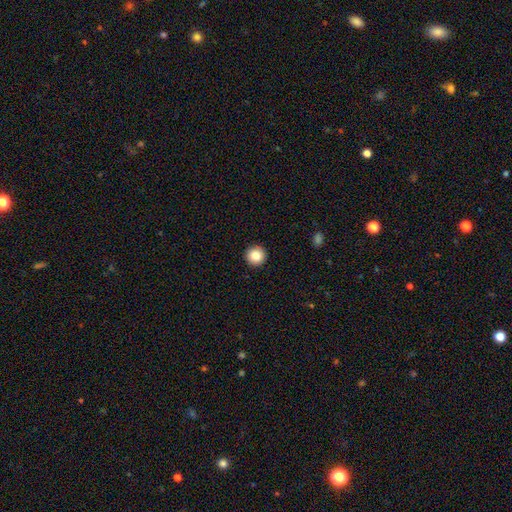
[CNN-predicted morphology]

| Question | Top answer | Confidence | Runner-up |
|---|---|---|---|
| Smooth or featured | smooth | 85% | star or artifact (9%) |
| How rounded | round | 96% | in between (3%) |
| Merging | none | 93% | minor disturbance (4%) |